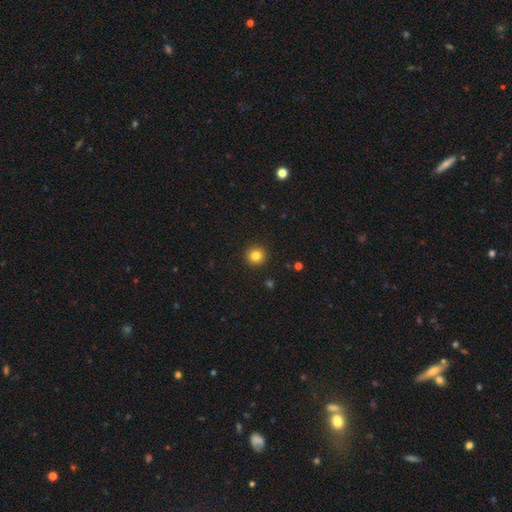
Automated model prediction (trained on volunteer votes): smooth-or-featured: smooth: 83% | star or artifact: 12% | featured or disk: 6%
  how-rounded: round: 95% | in between: 4% | cigar-shaped: 1%
  merging: none: 93% | minor disturbance: 4% | major disturbance: 2% | merger: 1%